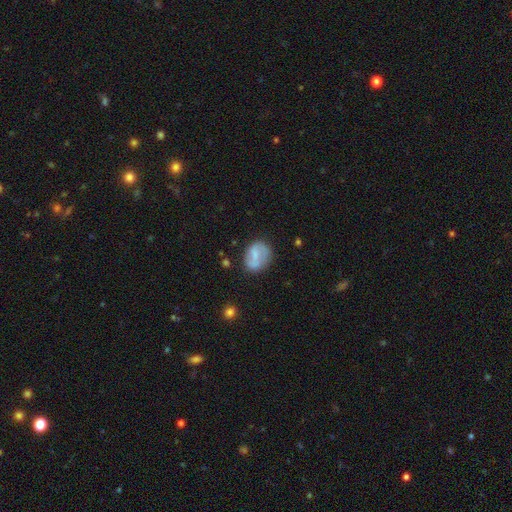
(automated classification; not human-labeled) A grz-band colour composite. It shows a smooth galaxy with no disk features (55%) that is in between round and cigar-shaped (53%). Merging: none (65%).